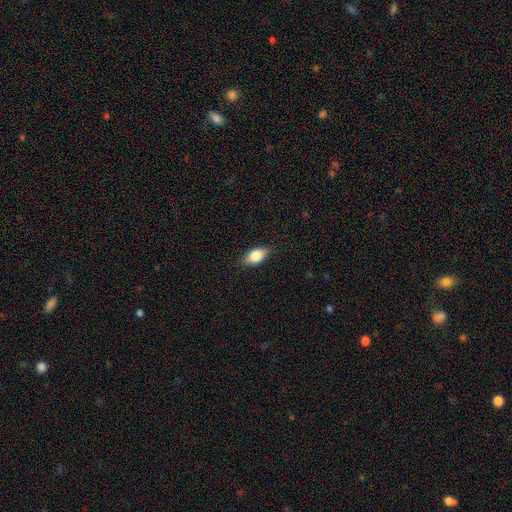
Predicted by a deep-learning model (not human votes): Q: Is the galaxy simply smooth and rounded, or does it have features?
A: smooth — 78%.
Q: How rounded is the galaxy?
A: in between — 87%.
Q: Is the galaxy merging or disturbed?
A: none — 84%.